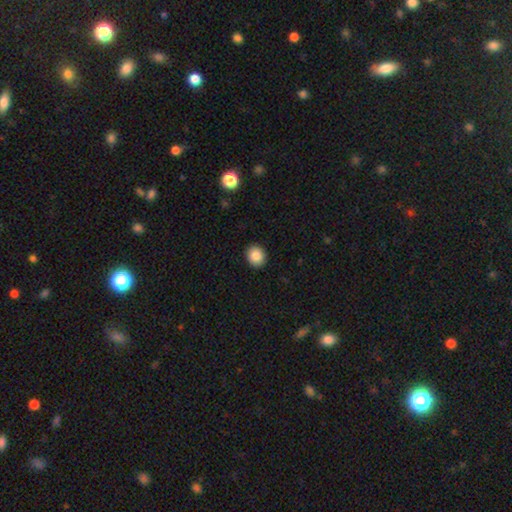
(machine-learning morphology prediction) Q: Smooth or featured?
A: smooth (86%); runner-up: star or artifact (9%)
Q: How rounded?
A: round (67%); runner-up: in between (32%)
Q: Merging?
A: none (92%); runner-up: minor disturbance (6%)